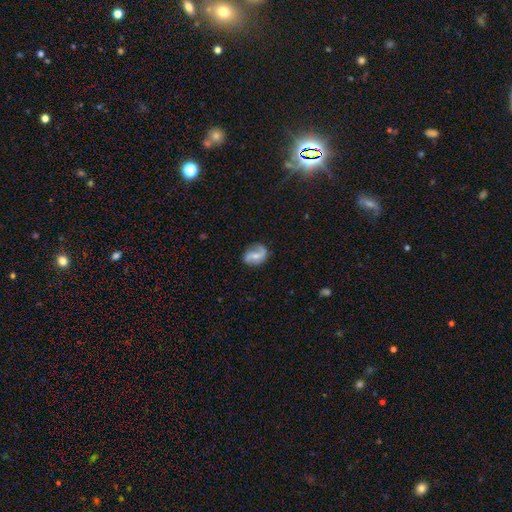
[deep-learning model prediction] Morphology: type=featured or disk (66%); edge-on=no (97%); bar=weak (43%); spiral arms=yes (90%); winding=loose (57%); arm count=2 (84%); bulge=small (48%); merging=none (72%).